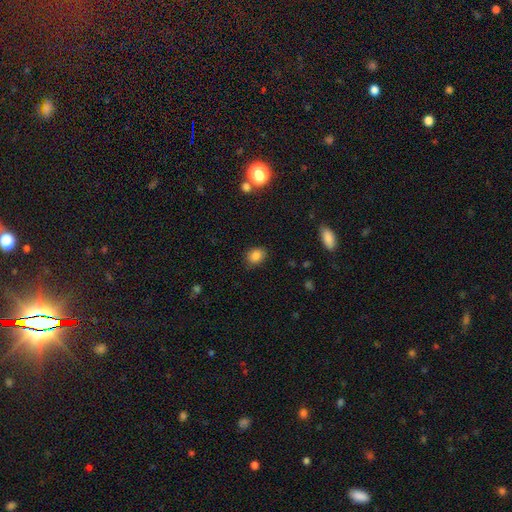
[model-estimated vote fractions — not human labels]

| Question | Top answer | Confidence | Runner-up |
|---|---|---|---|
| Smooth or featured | smooth | 85% | star or artifact (11%) |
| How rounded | in between | 53% | round (46%) |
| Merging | none | 82% | minor disturbance (13%) |